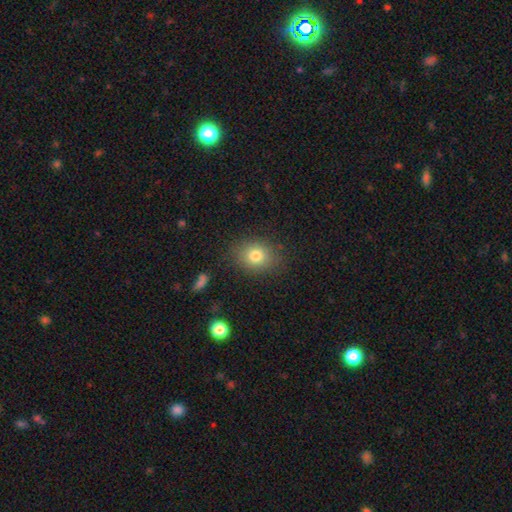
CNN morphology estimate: This is likely a smooth galaxy (79%). How rounded: possibly round (52%). Merging: clearly none (84%).